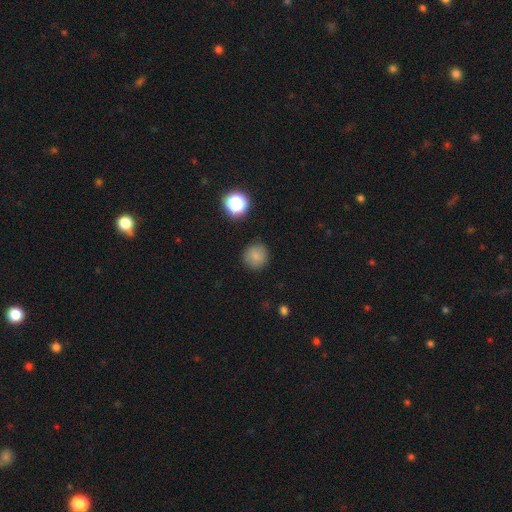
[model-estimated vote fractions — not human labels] A smooth galaxy with no disk features (81%) that is round (93%).

Vote fractions:
- Smooth or featured? smooth: 81% / star or artifact: 13% / featured or disk: 6%
- How rounded? round: 93% / in between: 6% / cigar-shaped: 1%
- Merging? none: 87% / minor disturbance: 9% / major disturbance: 3% / merger: 2%